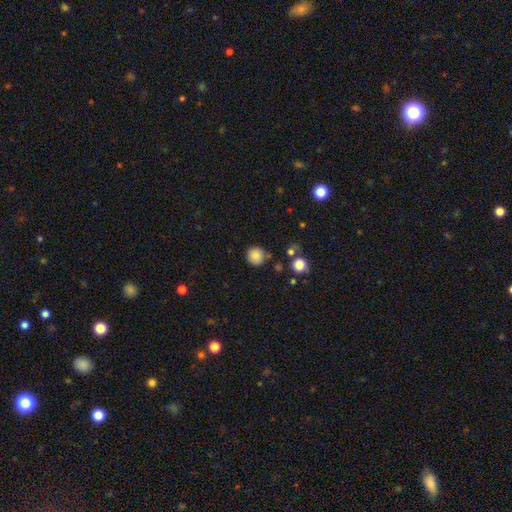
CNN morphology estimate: The model was most divided on "merging": none: 83%, minor disturbance: 10%, merger: 4%, major disturbance: 3%. More confident: how rounded — round (93%); smooth or featured — smooth (84%).